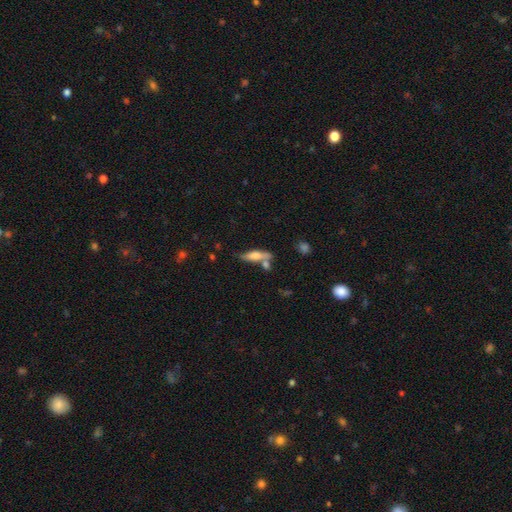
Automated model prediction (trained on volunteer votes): A smooth galaxy with no disk features (58%) that is cigar-shaped (61%). Merging: none (56%).